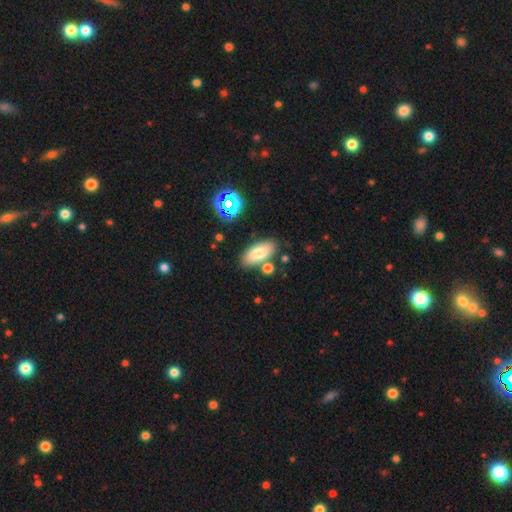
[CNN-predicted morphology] Q: Smooth or featured?
A: smooth (68%); runner-up: featured or disk (16%)
Q: How rounded?
A: in between (84%); runner-up: cigar-shaped (11%)
Q: Merging?
A: none (78%); runner-up: minor disturbance (12%)